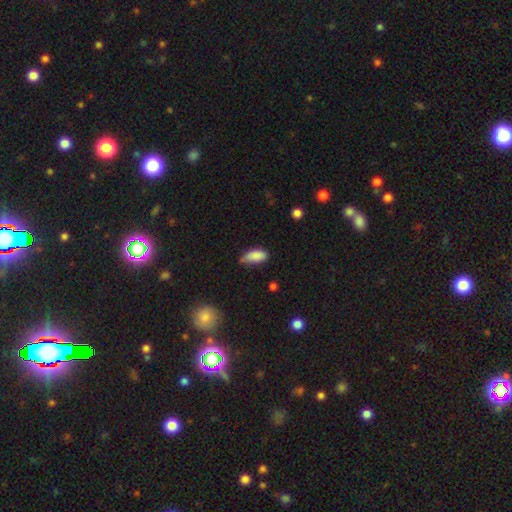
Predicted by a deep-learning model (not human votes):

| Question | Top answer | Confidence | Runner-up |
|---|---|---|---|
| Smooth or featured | smooth | 87% | star or artifact (7%) |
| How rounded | in between | 88% | cigar-shaped (10%) |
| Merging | none | 48% | minor disturbance (40%) |